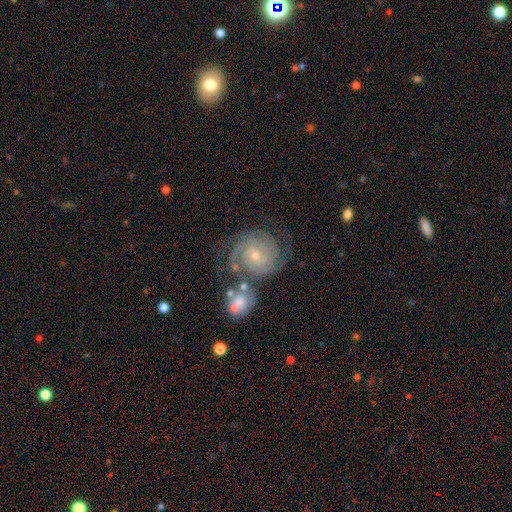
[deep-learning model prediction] Morphology: type=featured or disk (89%); edge-on=no (98%); bar=no (64%); spiral arms=yes (98%); winding=tight (78%); arm count=2 (39%); bulge=small (67%); merging=none (65%).